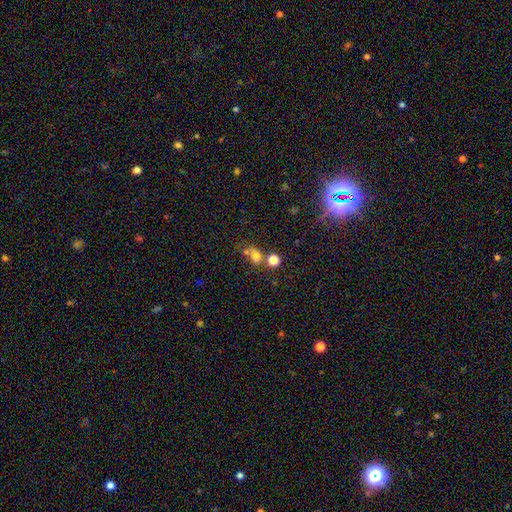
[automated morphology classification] This appears to be a smooth galaxy with no disk features (68%) that is round (70%). Merging: none (40%).